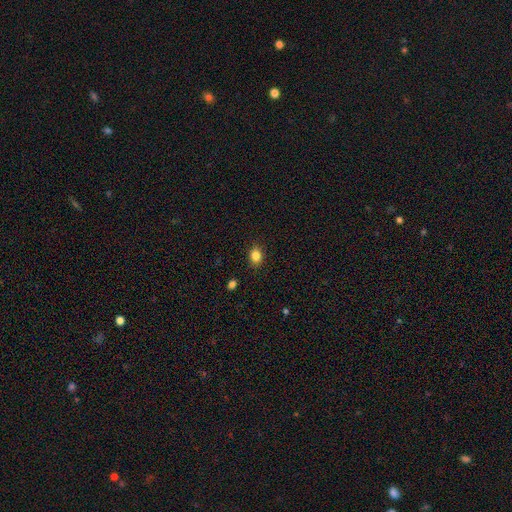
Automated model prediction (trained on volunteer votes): Smooth or featured?
  - smooth: 84% *
  - star or artifact: 11%
  - featured or disk: 5%
How rounded?
  - in between: 53% *
  - round: 46%
  - cigar-shaped: 1%
Merging?
  - none: 88% *
  - minor disturbance: 9%
  - major disturbance: 2%
  - merger: 1%